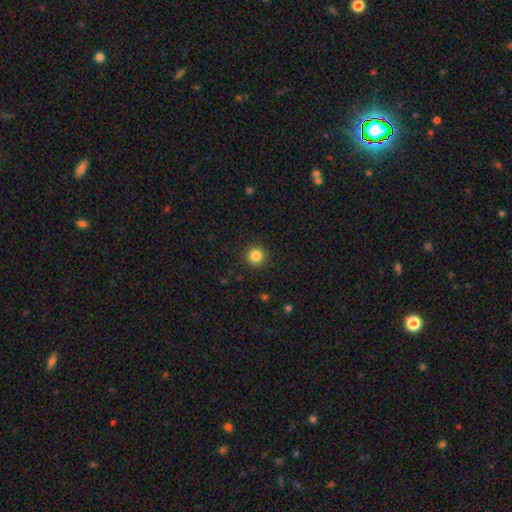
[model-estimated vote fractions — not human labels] Q: Smooth or featured?
A: smooth (85%); runner-up: star or artifact (11%)
Q: How rounded?
A: round (95%); runner-up: in between (4%)
Q: Merging?
A: none (92%); runner-up: minor disturbance (5%)